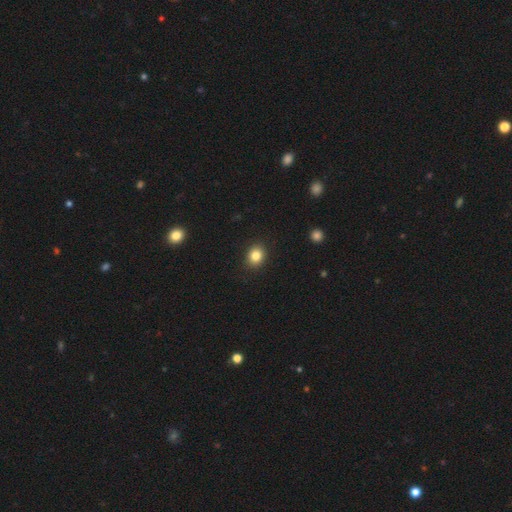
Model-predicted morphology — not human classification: smooth-or-featured: smooth: 83% | star or artifact: 11% | featured or disk: 6%
  how-rounded: round: 62% | in between: 37% | cigar-shaped: 1%
  merging: none: 90% | minor disturbance: 7% | major disturbance: 2% | merger: 1%